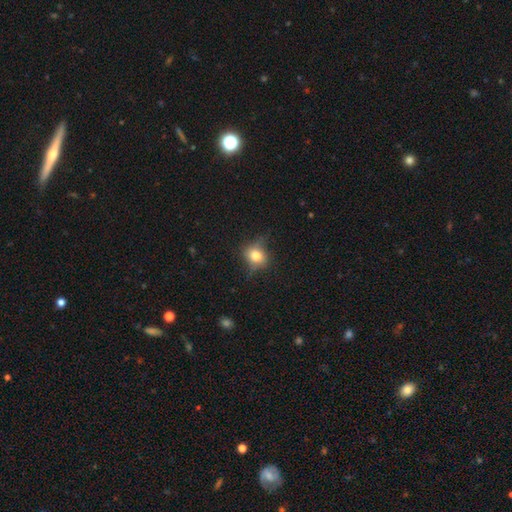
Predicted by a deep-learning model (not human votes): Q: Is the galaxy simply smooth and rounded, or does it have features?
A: smooth — 71%.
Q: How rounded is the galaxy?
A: round — 67%.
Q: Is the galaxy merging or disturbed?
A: none — 67%.